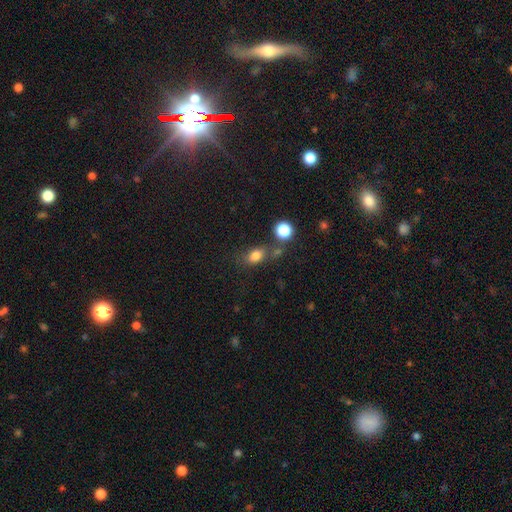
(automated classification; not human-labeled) Q: Smooth or featured?
A: smooth (80%); runner-up: star or artifact (12%)
Q: How rounded?
A: in between (73%); runner-up: round (24%)
Q: Merging?
A: none (62%); runner-up: merger (16%)